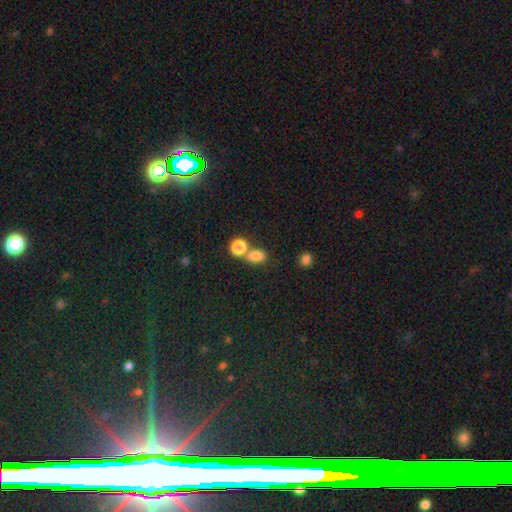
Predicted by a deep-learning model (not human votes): Smooth or featured? Predicted: smooth (p=0.80). How rounded? Predicted: in between (p=0.73). Merging? Predicted: none (p=0.51).